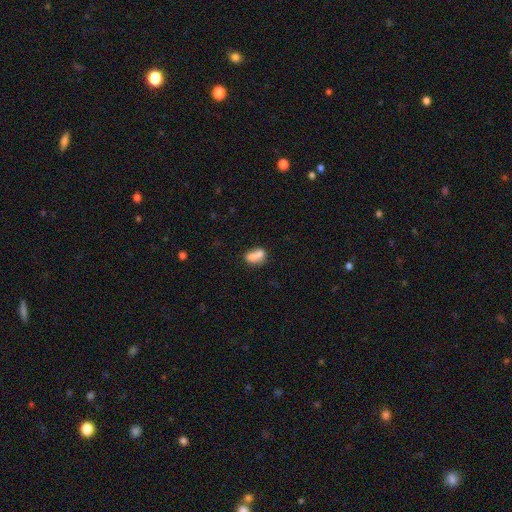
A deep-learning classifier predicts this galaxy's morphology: This is likely a smooth galaxy (76%). How rounded: likely in between (79%). Merging: marginally merger (41%).